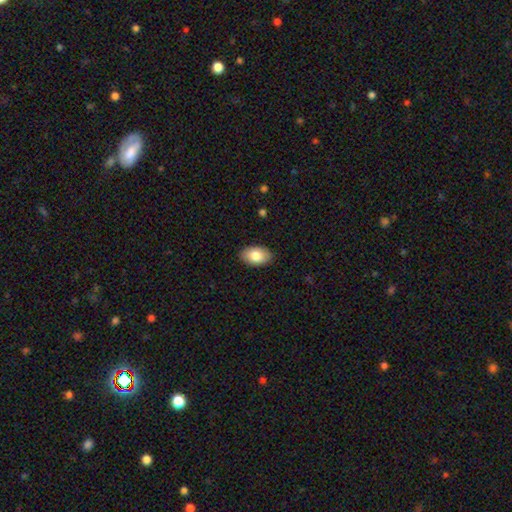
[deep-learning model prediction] This is clearly a smooth galaxy (82%). How rounded: clearly in between (92%). Merging: clearly none (88%).